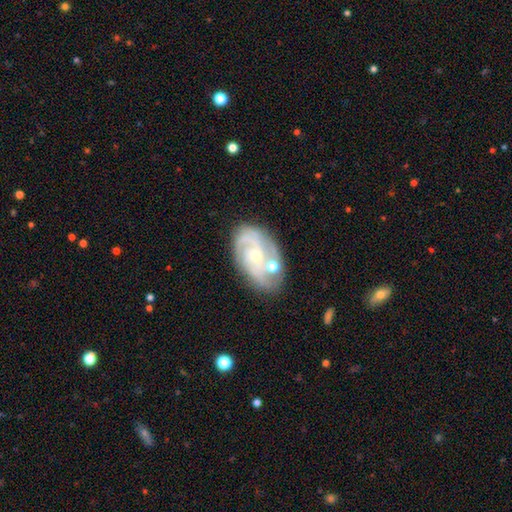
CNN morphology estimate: smooth-or-featured: featured or disk: 79% | smooth: 14% | star or artifact: 6%
  disk-edge-on: no: 96% | yes: 4%
    bar: no: 64% | weak: 30% | strong: 7%
    has-spiral-arms: yes: 91% | no: 9%
      spiral-winding: tight: 50% | medium: 38% | loose: 12%
      spiral-arm-count: 2: 37% | can't tell: 25% | 3: 24% | 4: 6% | 1: 4% | more than 4: 3%
    bulge-size: small: 66% | moderate: 30% | none: 2% | large: 1% | dominant: 1%
  merging: none: 64% | minor disturbance: 18% | merger: 11% | major disturbance: 6%